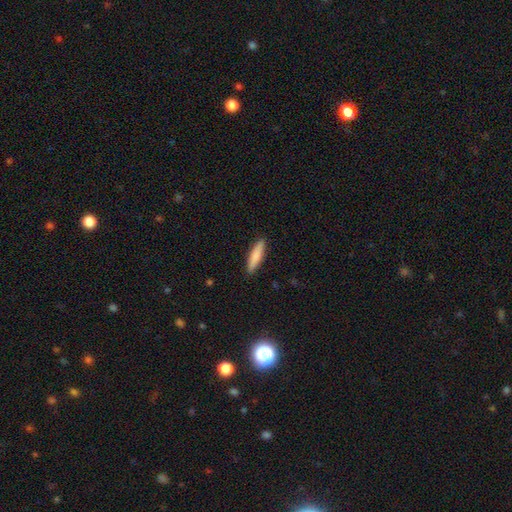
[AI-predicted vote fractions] Q: Smooth or featured?
A: smooth (81%); runner-up: featured or disk (14%)
Q: How rounded?
A: cigar-shaped (79%); runner-up: in between (19%)
Q: Merging?
A: none (90%); runner-up: minor disturbance (7%)